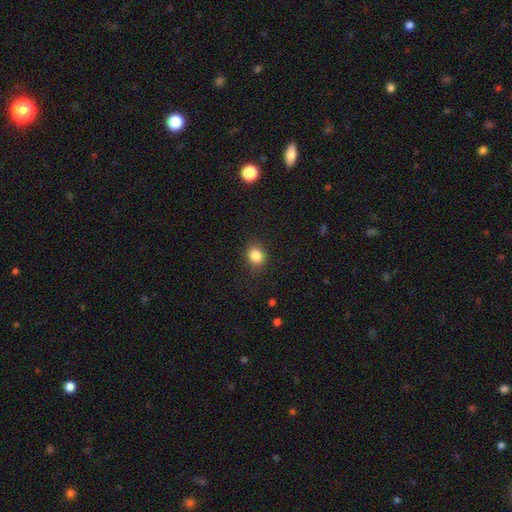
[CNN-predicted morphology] Smooth or featured? smooth (85%)
How rounded? round (68%)
Merging? none (86%)